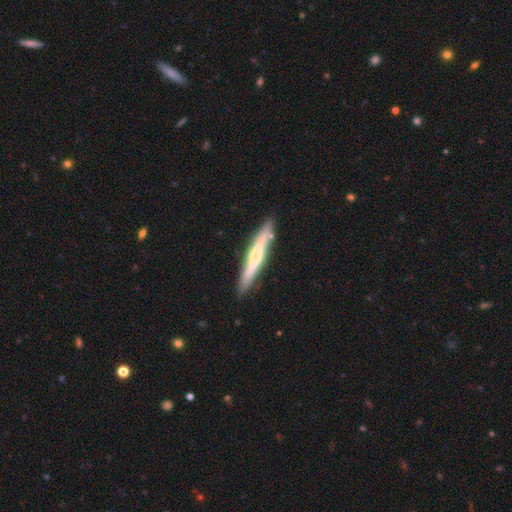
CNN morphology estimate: Smooth or featured: featured or disk — 54% (smooth — 41%)
Edge-on disk: yes — 90% (no — 10%)
Merging: none — 83% (minor disturbance — 12%)